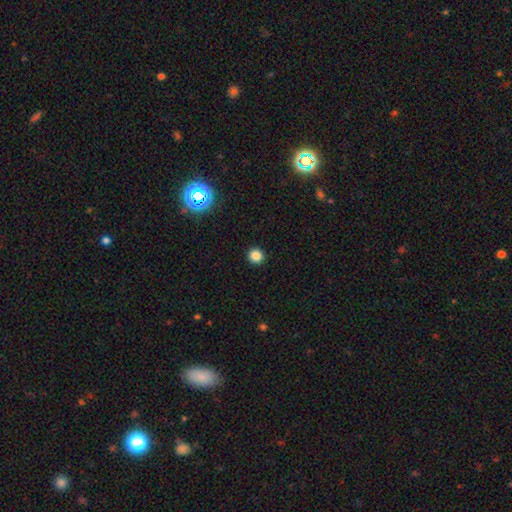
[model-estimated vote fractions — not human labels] smooth_or_featured: smooth (p=0.83) [alt: star or artifact p=0.13]
how_rounded: round (p=0.94) [alt: in between p=0.05]
merging: none (p=0.93) [alt: minor disturbance p=0.04]